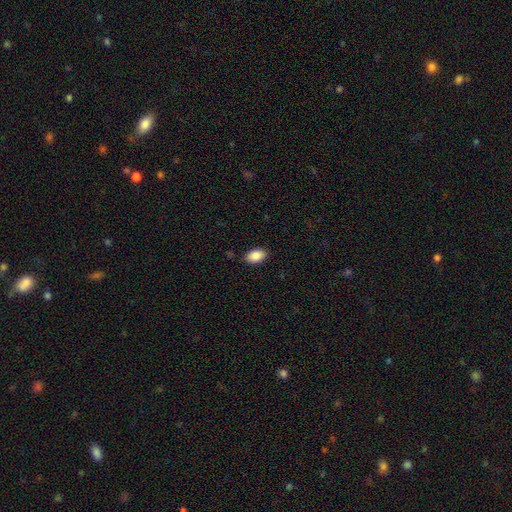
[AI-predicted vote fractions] smooth-or-featured: smooth: 87% | star or artifact: 7% | featured or disk: 6%
  how-rounded: in between: 91% | round: 8% | cigar-shaped: 1%
  merging: none: 87% | minor disturbance: 9% | major disturbance: 2% | merger: 1%